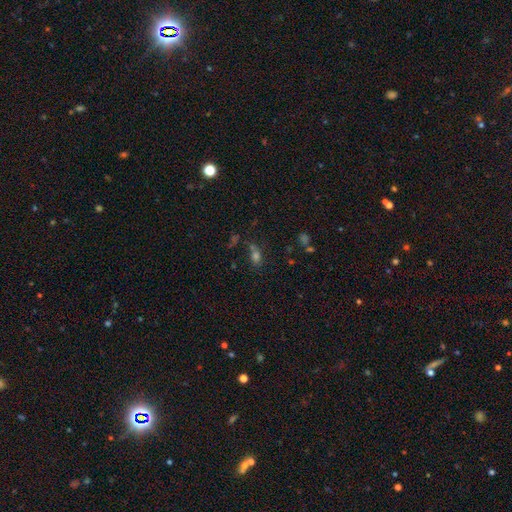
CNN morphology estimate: Smooth or featured? smooth (61%)
How rounded? in between (68%)
Merging? none (59%)